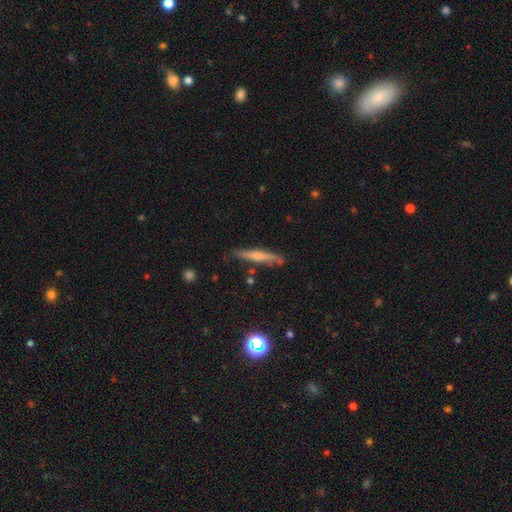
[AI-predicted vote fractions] Smooth or featured?
  - featured or disk: 46% *
  - smooth: 45%
  - star or artifact: 9%
Merging?
  - none: 79% *
  - minor disturbance: 15%
  - major disturbance: 3%
  - merger: 3%